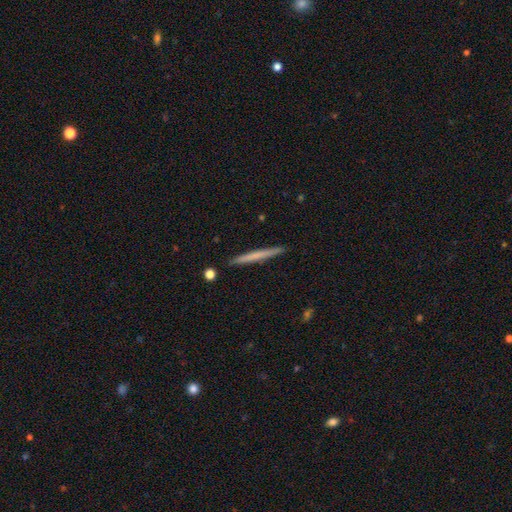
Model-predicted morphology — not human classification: The model was most divided on "smooth or featured": smooth: 55%, featured or disk: 40%, star or artifact: 5%. More confident: how rounded — cigar-shaped (97%); merging — none (92%).